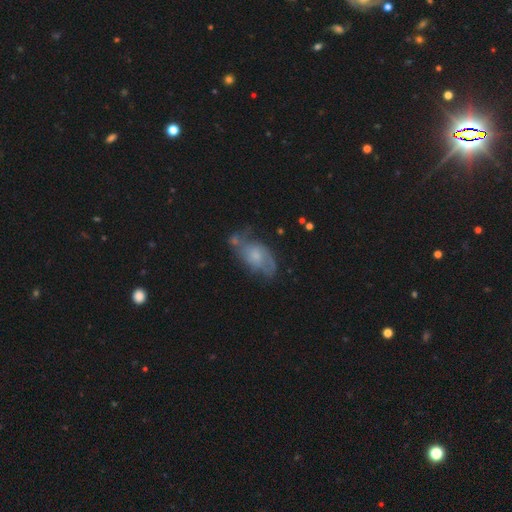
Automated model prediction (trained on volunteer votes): Smooth or featured? featured or disk (59%)
Edge-on disk? no (93%)
Bar? no (75%)
Spiral arms? yes (77%)
Bulge size? small (43%)
Merging? none (51%)